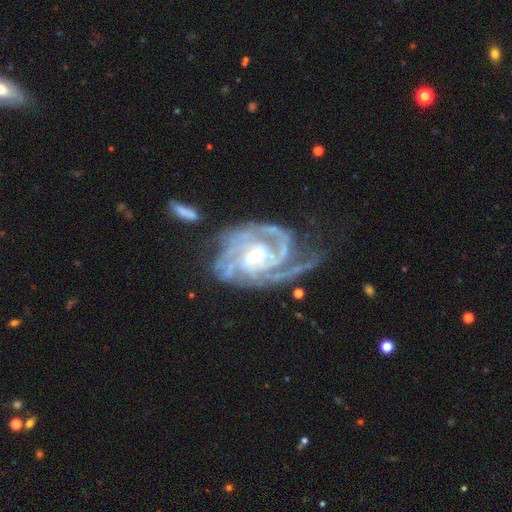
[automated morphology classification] Smooth or featured? featured or disk (92%)
Edge-on disk? no (98%)
Bar? weak (50%)
Spiral arms? yes (98%)
Spiral winding? tight (63%)
Spiral arm count? 3 (30%)
Bulge size? moderate (48%)
Merging? none (51%)